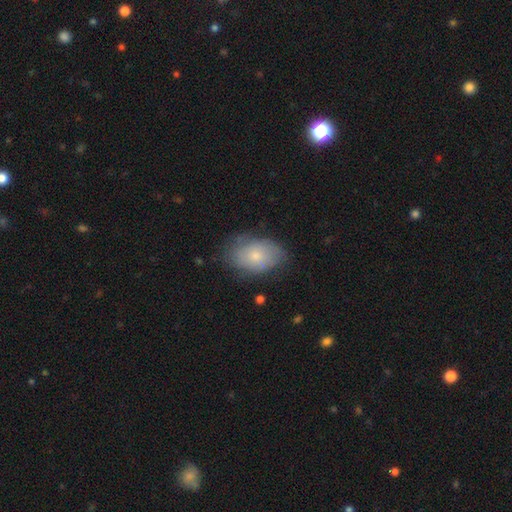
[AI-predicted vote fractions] smooth_or_featured: smooth (p=0.65) [alt: featured or disk p=0.27]
how_rounded: in between (p=0.84) [alt: round p=0.15]
merging: none (p=0.68) [alt: minor disturbance p=0.24]